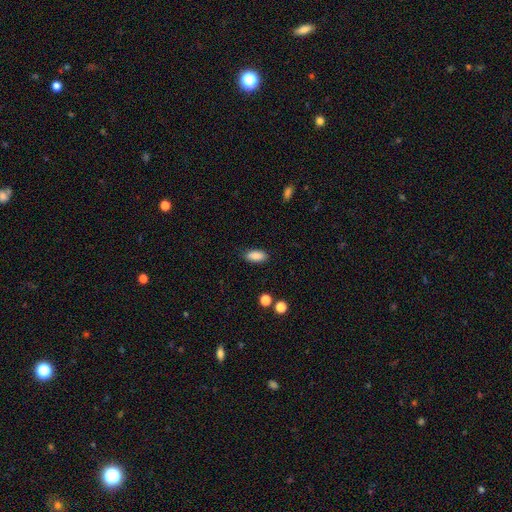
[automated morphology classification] Smooth or featured? smooth (88%)
How rounded? in between (87%)
Merging? none (87%)